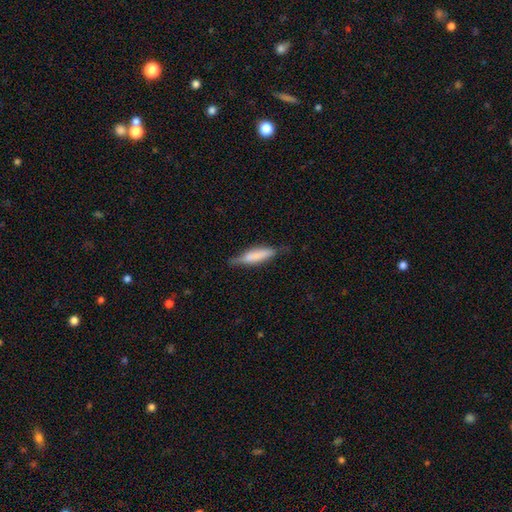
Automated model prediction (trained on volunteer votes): Smooth or featured? Predicted: smooth (p=0.67). How rounded? Predicted: cigar-shaped (p=0.73). Merging? Predicted: none (p=0.69).